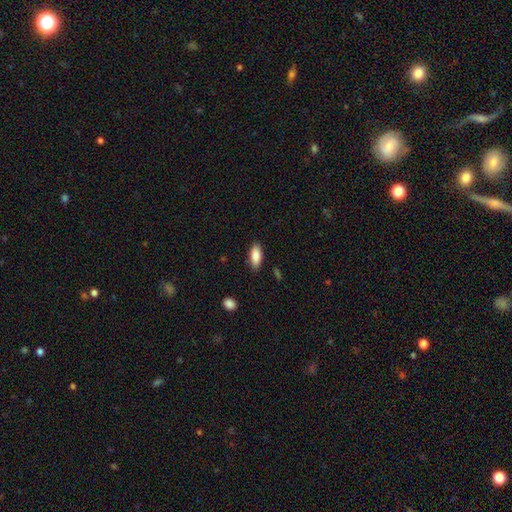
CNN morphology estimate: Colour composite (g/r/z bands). It shows a smooth galaxy with no disk features (87%) that is in between round and cigar-shaped (86%). Merging: none (86%).